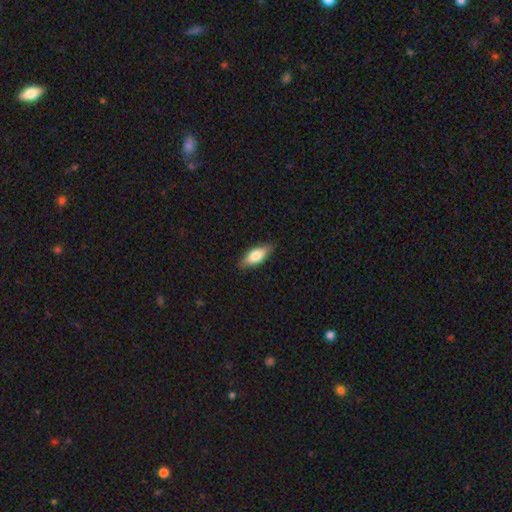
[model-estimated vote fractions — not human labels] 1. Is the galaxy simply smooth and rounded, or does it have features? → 73% smooth, 21% featured or disk, 6% star or artifact.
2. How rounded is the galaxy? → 74% in between, 24% cigar-shaped, 3% round.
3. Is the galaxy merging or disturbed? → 85% none, 12% minor disturbance, 2% major disturbance, 1% merger.